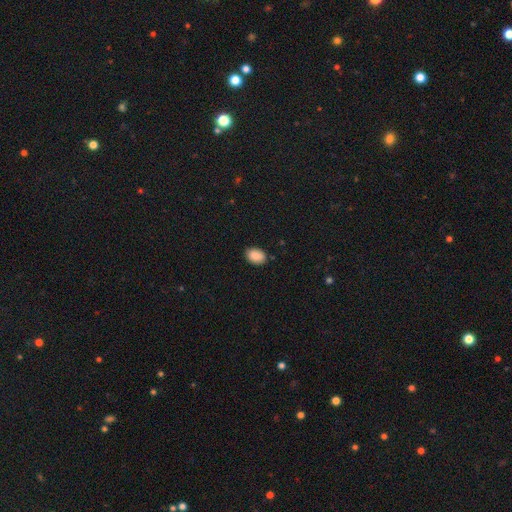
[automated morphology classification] smooth_or_featured: smooth (p=0.90) [alt: star or artifact p=0.07]
how_rounded: in between (p=0.82) [alt: round p=0.17]
merging: none (p=0.86) [alt: minor disturbance p=0.11]